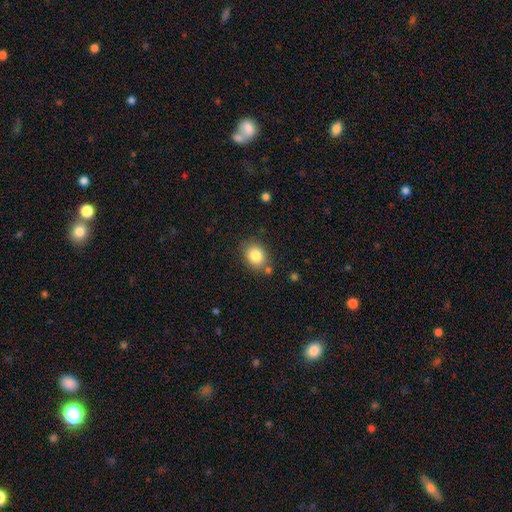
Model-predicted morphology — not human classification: type=smooth (83%); roundness=in between (50%); merging=none (78%).